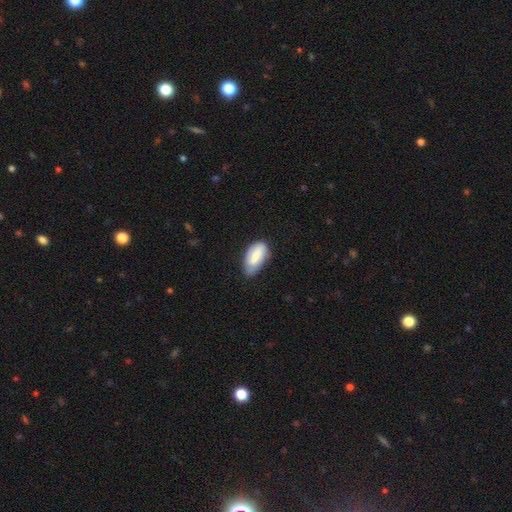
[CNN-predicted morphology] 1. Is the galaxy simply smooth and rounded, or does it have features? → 76% smooth, 18% featured or disk, 6% star or artifact.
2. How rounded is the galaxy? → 93% in between, 4% cigar-shaped, 3% round.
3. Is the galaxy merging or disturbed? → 52% none, 39% minor disturbance, 7% major disturbance, 2% merger.